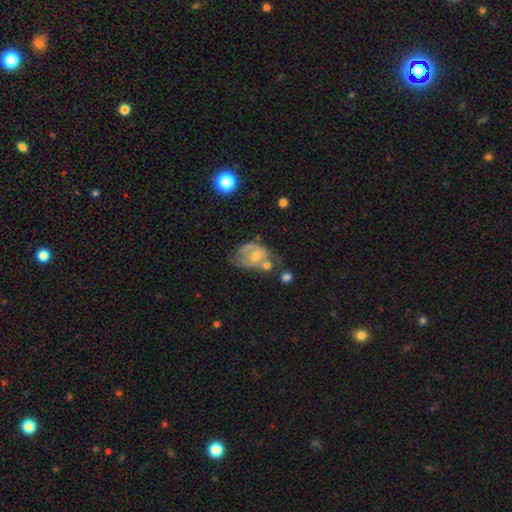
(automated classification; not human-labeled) This appears to be a featured or disk galaxy (50%). Merging: none (31%).